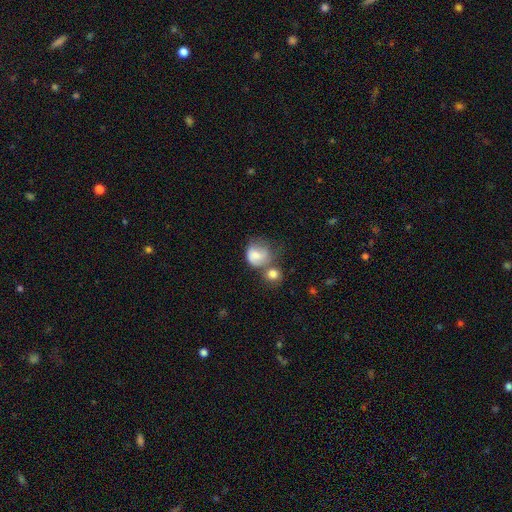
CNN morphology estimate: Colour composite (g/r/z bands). It shows a smooth galaxy with no disk features (70%) that is round (69%). Merging: merger (31%, tied with none).